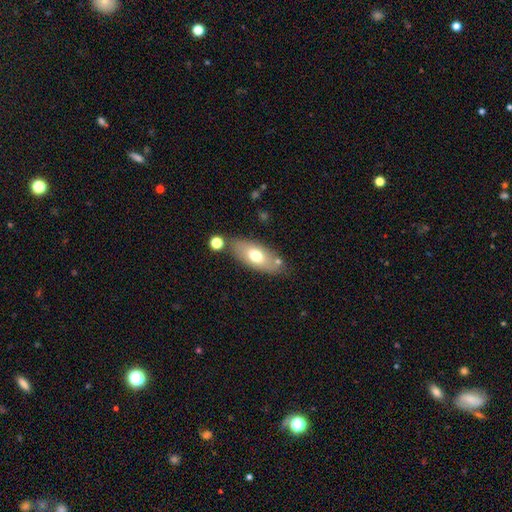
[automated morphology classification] Smooth or featured: smooth — 66% (featured or disk — 27%)
How rounded: in between — 83% (cigar-shaped — 12%)
Merging: none — 72% (minor disturbance — 15%)